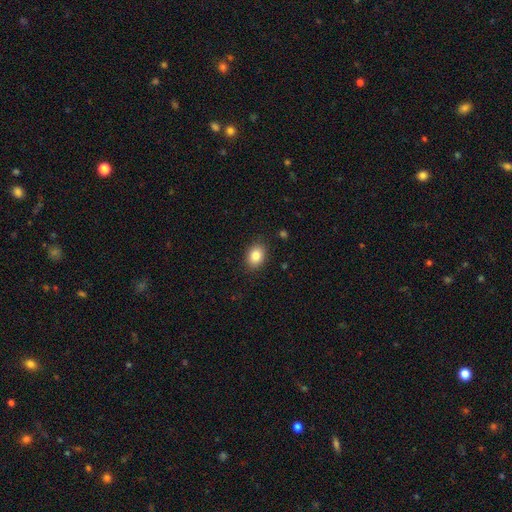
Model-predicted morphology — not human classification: A smooth galaxy with no disk features (85%) that is in between round and cigar-shaped (69%). Merging: none (87%).